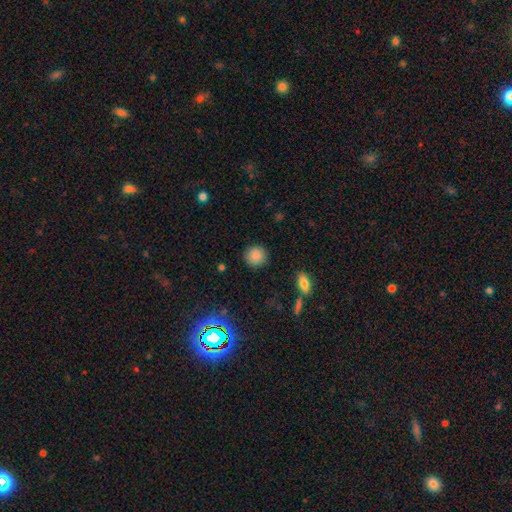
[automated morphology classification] smooth-or-featured: smooth: 86% | star or artifact: 10% | featured or disk: 5%
  how-rounded: round: 92% | in between: 7% | cigar-shaped: 1%
  merging: none: 90% | minor disturbance: 6% | major disturbance: 2% | merger: 1%